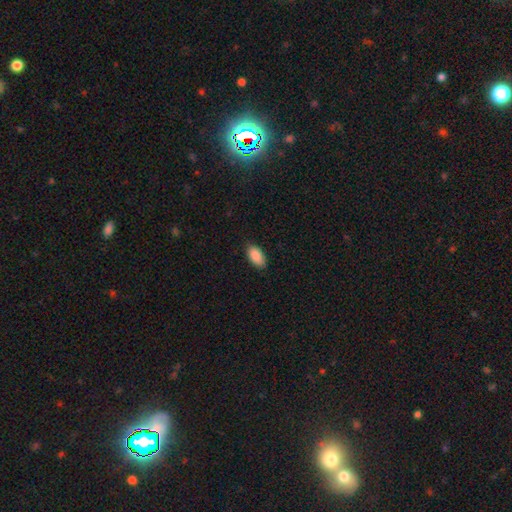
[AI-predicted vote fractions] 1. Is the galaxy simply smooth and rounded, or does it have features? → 90% smooth, 7% star or artifact, 4% featured or disk.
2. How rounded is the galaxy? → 94% in between, 3% cigar-shaped, 3% round.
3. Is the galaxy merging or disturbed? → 85% none, 12% minor disturbance, 2% major disturbance, 1% merger.